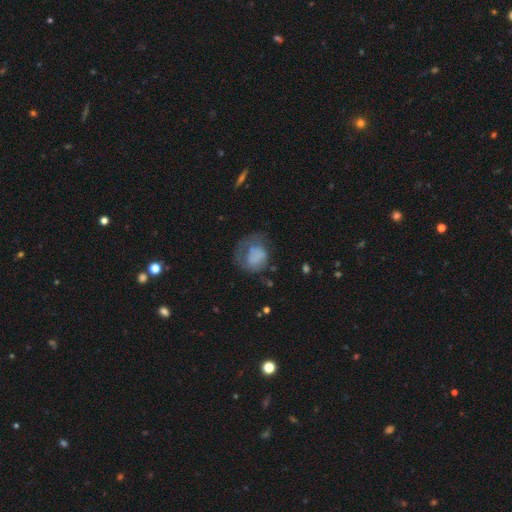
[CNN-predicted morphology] Smooth or featured? Predicted: smooth (p=0.57). How rounded? Predicted: round (p=0.66). Merging? Predicted: major disturbance (p=0.43).